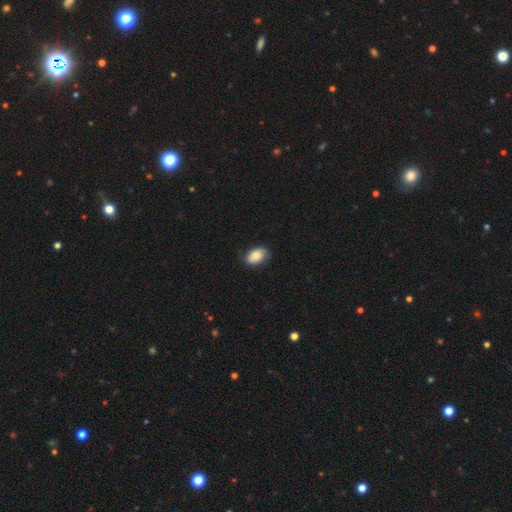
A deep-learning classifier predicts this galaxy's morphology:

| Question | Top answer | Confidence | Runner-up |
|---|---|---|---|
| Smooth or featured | smooth | 79% | featured or disk (14%) |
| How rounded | in between | 88% | round (11%) |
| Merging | none | 75% | minor disturbance (19%) |